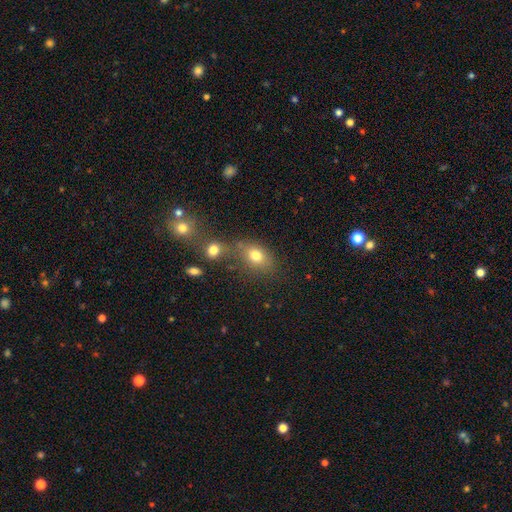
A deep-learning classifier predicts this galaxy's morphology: smooth 76%, star or artifact 13%, featured or disk 11%. Down the decision tree: how rounded — in between (63%); merging — none (53%).